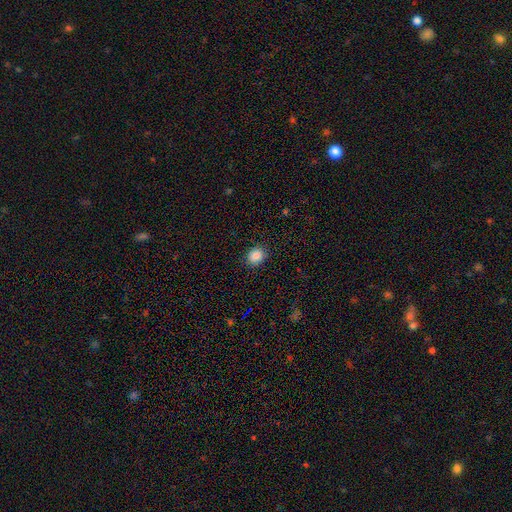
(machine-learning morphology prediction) smooth-or-featured: smooth: 87% | star or artifact: 10% | featured or disk: 4%
  how-rounded: round: 65% | in between: 34% | cigar-shaped: 1%
  merging: none: 89% | minor disturbance: 8% | major disturbance: 2% | merger: 1%